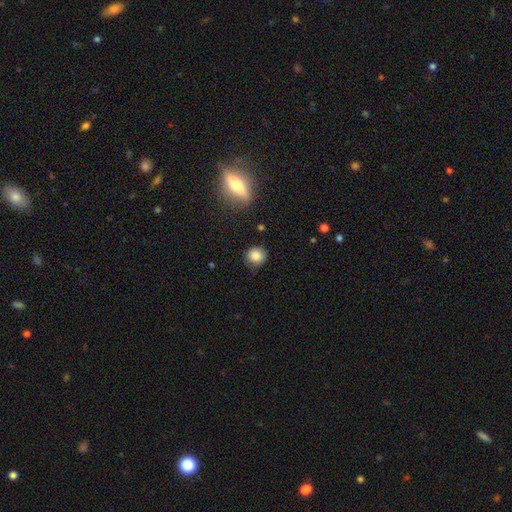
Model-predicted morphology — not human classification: Q: Smooth or featured?
A: smooth (84%); runner-up: star or artifact (10%)
Q: How rounded?
A: round (87%); runner-up: in between (12%)
Q: Merging?
A: none (81%); runner-up: minor disturbance (14%)